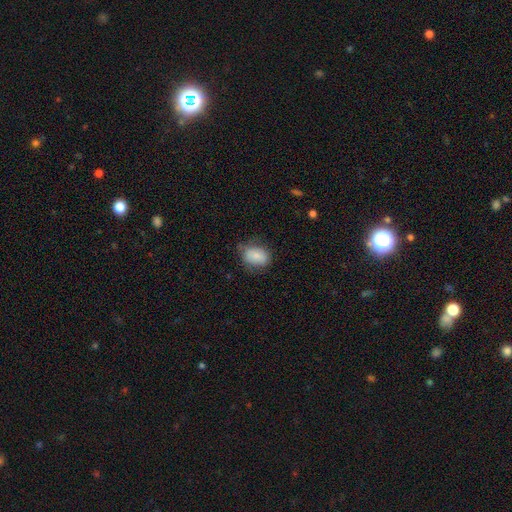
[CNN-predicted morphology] type=smooth (82%); roundness=in between (75%); merging=none (63%).